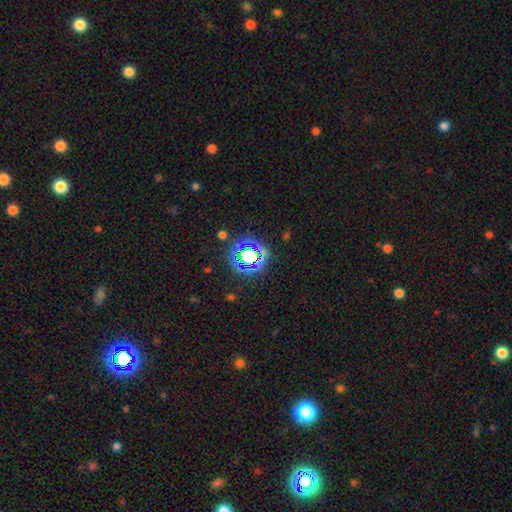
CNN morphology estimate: This is likely a star or artifact rather than a galaxy (63%).